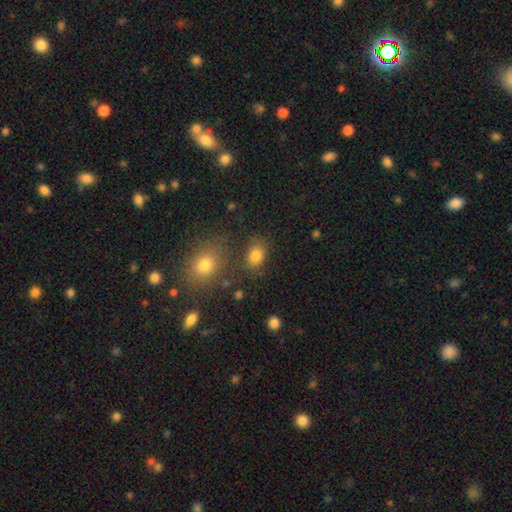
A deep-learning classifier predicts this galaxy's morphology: The model was most divided on "how rounded": in between: 69%, round: 29%, cigar-shaped: 1%. More confident: smooth or featured — smooth (82%); merging — none (73%).